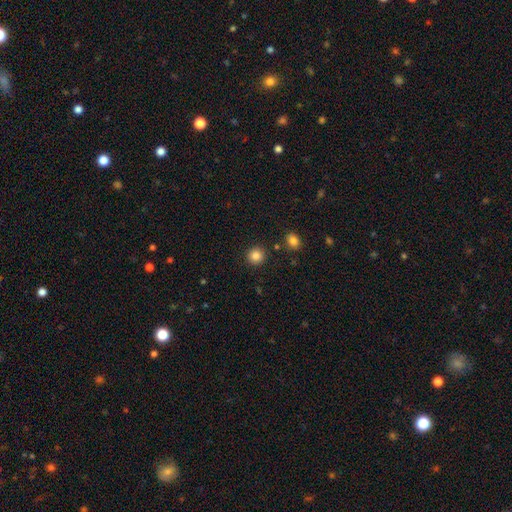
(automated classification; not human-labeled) Smooth or featured? Predicted: smooth (p=0.86). How rounded? Predicted: round (p=0.91). Merging? Predicted: none (p=0.89).